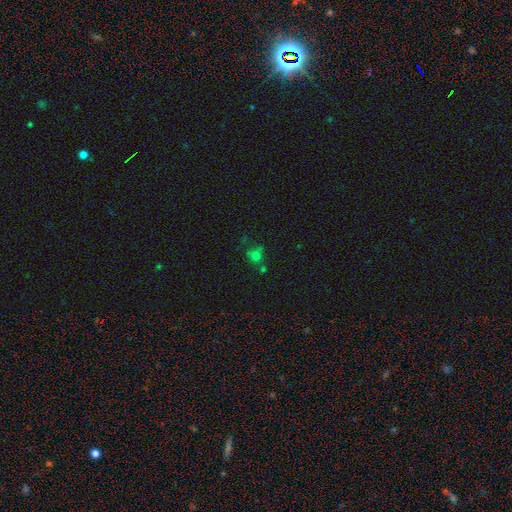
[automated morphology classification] smooth-or-featured: smooth: 63% | star or artifact: 24% | featured or disk: 13%
  how-rounded: round: 81% | in between: 18% | cigar-shaped: 1%
  merging: none: 53% | minor disturbance: 18% | merger: 18% | major disturbance: 11%